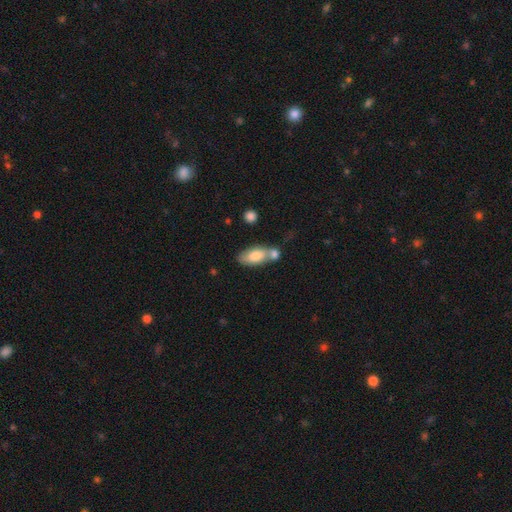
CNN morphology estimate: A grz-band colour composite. It shows a smooth galaxy with no disk features (77%) that is in between round and cigar-shaped (88%). Merging: merger (42%).